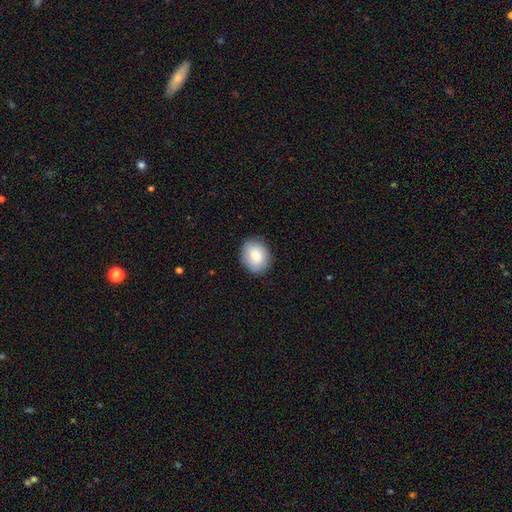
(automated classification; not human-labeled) A smooth galaxy with no disk features (83%) that is round (53%).

Vote fractions:
- Smooth or featured? smooth: 83% / featured or disk: 10% / star or artifact: 7%
- How rounded? round: 53% / in between: 46% / cigar-shaped: 1%
- Merging? none: 85% / minor disturbance: 12% / major disturbance: 3% / merger: 1%